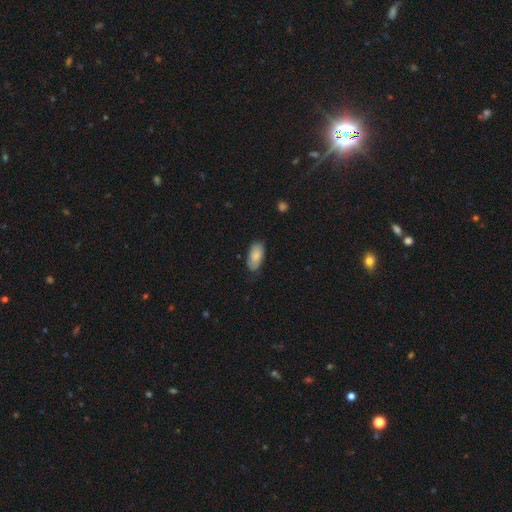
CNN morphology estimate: type=smooth (83%); roundness=in between (93%); merging=none (73%).